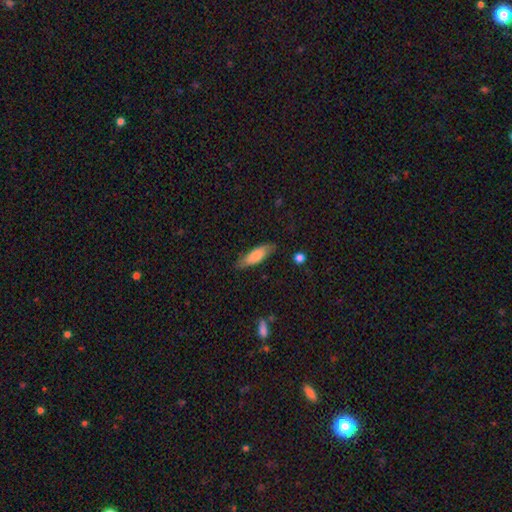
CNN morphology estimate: smooth_or_featured: smooth (p=0.76) [alt: featured or disk p=0.18]
how_rounded: in between (p=0.52) [alt: cigar-shaped p=0.46]
merging: none (p=0.79) [alt: minor disturbance p=0.16]